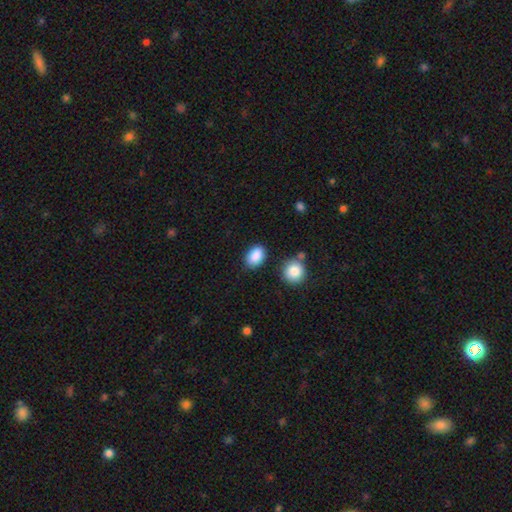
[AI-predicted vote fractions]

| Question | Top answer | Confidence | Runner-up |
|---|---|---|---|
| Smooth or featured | smooth | 89% | star or artifact (7%) |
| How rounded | in between | 84% | round (15%) |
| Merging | none | 81% | minor disturbance (12%) |